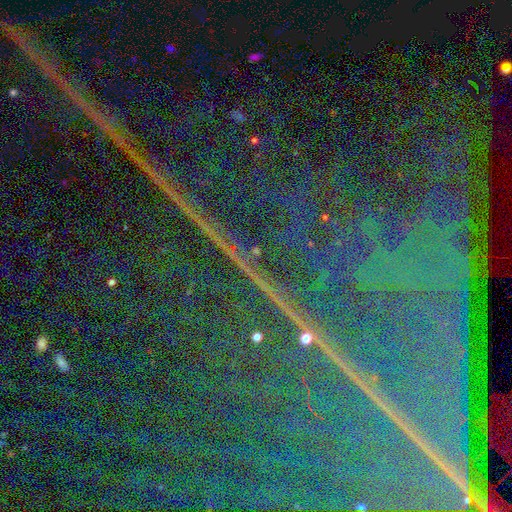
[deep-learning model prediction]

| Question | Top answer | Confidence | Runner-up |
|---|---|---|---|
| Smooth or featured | star or artifact | 88% | featured or disk (8%) |